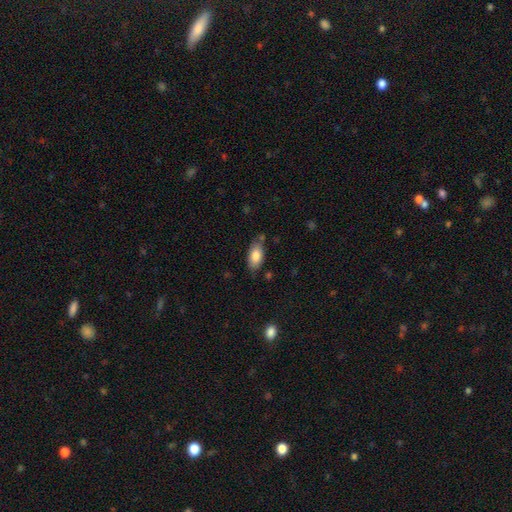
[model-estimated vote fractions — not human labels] Smooth or featured?
  - smooth: 83% *
  - featured or disk: 10%
  - star or artifact: 7%
How rounded?
  - in between: 91% *
  - cigar-shaped: 6%
  - round: 3%
Merging?
  - none: 74% *
  - minor disturbance: 18%
  - merger: 5%
  - major disturbance: 4%